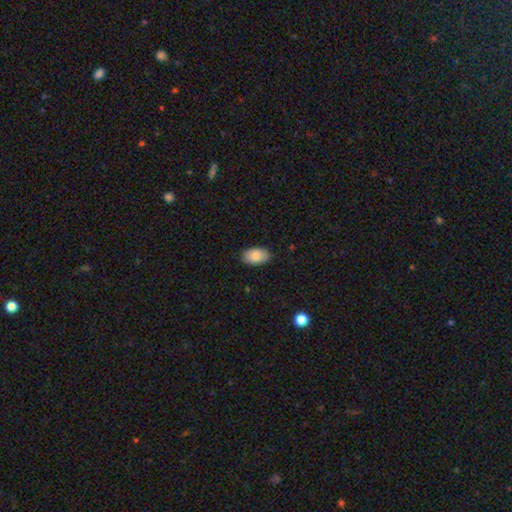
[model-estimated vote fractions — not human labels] Smooth or featured? Predicted: smooth (p=0.86). How rounded? Predicted: in between (p=0.93). Merging? Predicted: none (p=0.87).